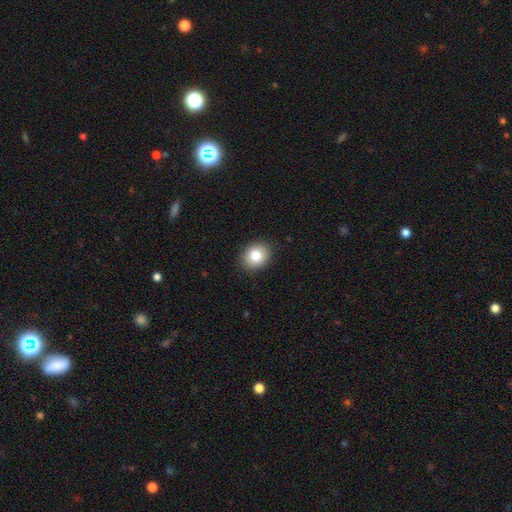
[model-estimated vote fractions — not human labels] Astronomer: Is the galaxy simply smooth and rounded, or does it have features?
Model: smooth — 83%.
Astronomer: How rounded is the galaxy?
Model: round — 55% (runner-up: in between, 44%).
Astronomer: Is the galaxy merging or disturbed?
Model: none — 89%.